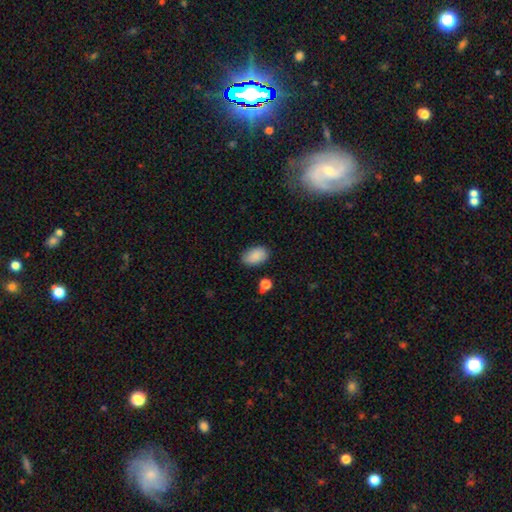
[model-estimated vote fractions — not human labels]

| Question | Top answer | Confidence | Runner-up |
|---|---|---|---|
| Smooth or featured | smooth | 87% | star or artifact (8%) |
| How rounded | in between | 90% | round (8%) |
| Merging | none | 79% | minor disturbance (16%) |